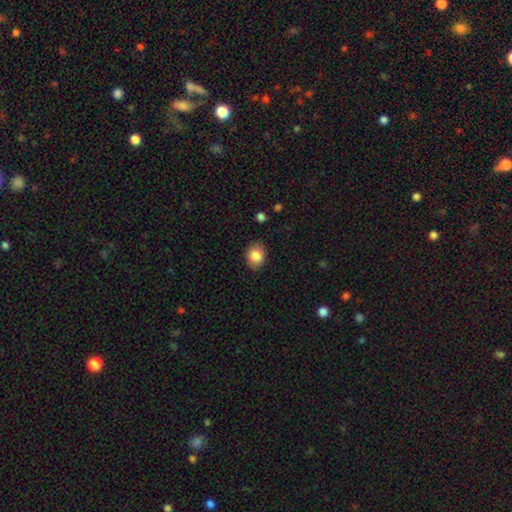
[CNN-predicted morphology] smooth_or_featured: smooth (p=0.84) [alt: featured or disk p=0.09]
how_rounded: in between (p=0.65) [alt: round p=0.34]
merging: none (p=0.85) [alt: minor disturbance p=0.12]